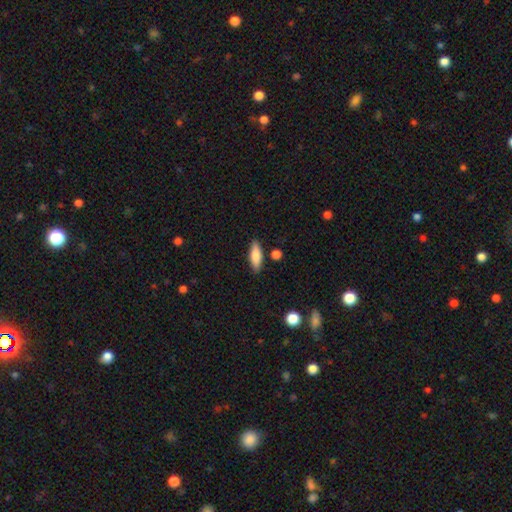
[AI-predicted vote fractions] Smooth or featured: smooth — 78% (featured or disk — 16%)
How rounded: in between — 58% (cigar-shaped — 39%)
Merging: none — 85% (minor disturbance — 10%)